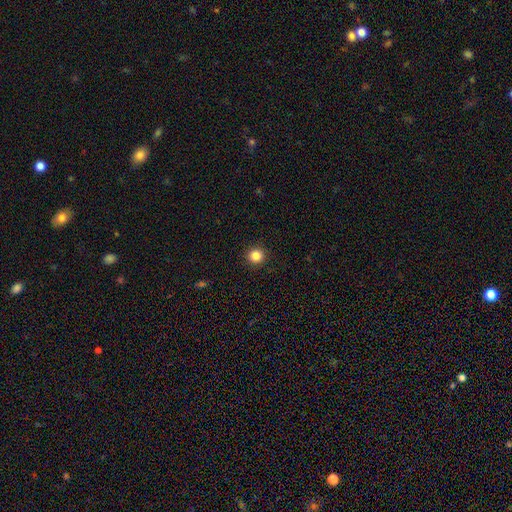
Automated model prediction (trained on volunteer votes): Q: Smooth or featured?
A: smooth (85%); runner-up: star or artifact (11%)
Q: How rounded?
A: round (93%); runner-up: in between (6%)
Q: Merging?
A: none (93%); runner-up: minor disturbance (5%)